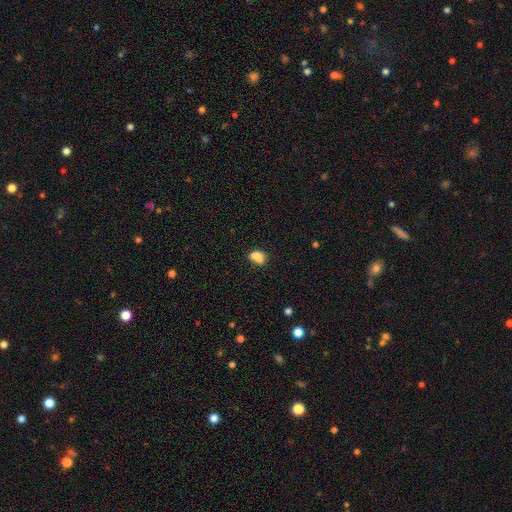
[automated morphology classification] Smooth or featured: smooth — 74% (featured or disk — 16%)
How rounded: in between — 58% (round — 41%)
Merging: merger — 47% (none — 32%)